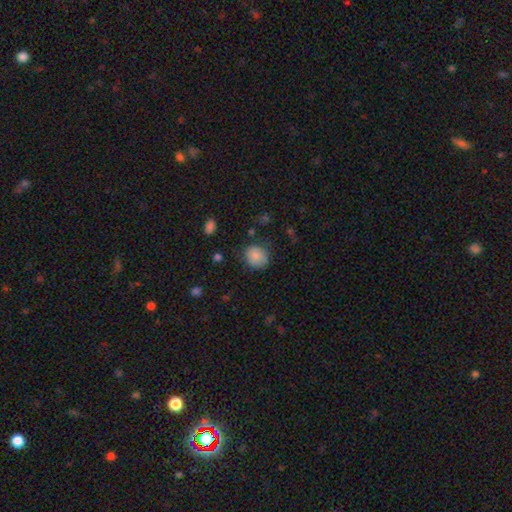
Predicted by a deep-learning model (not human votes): This is clearly a smooth galaxy (84%). How rounded: likely round (72%). Merging: likely none (71%).